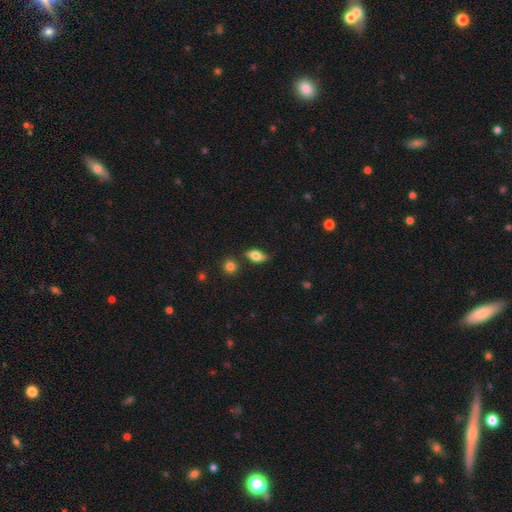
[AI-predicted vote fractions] Smooth or featured: smooth — 67% (featured or disk — 25%)
How rounded: in between — 79% (cigar-shaped — 14%)
Merging: none — 69% (minor disturbance — 20%)